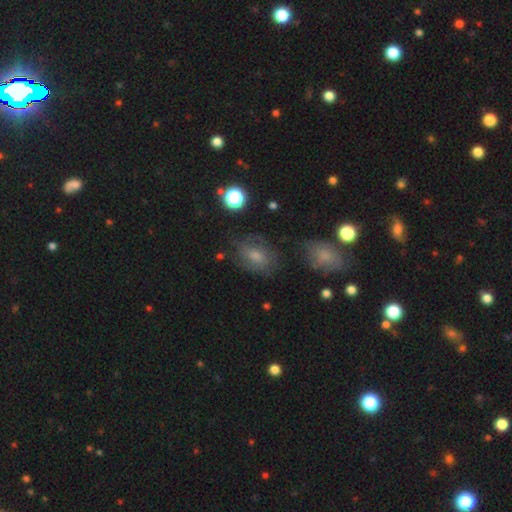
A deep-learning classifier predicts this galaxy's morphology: Smooth or featured? Predicted: smooth (p=0.45). Merging? Predicted: none (p=0.70).